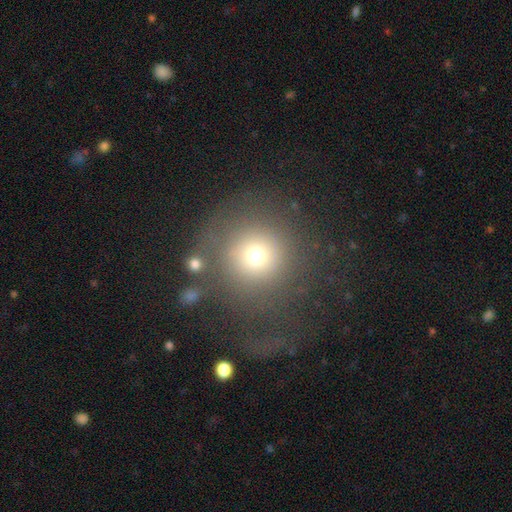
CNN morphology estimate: Overall: smooth (67%). How rounded: round (94%). Merging: none (58%; major disturbance 22%).